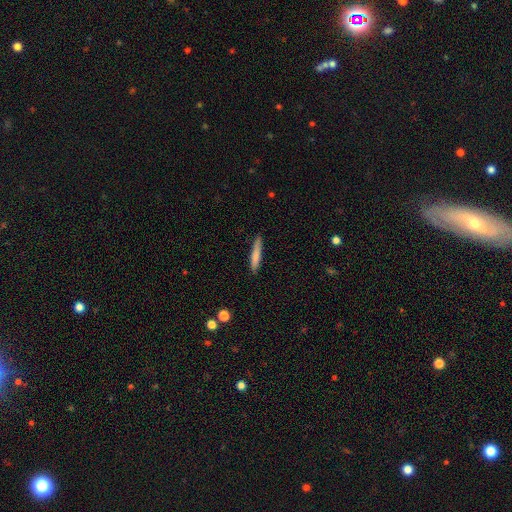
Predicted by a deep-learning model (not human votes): This is likely a smooth galaxy (76%). How rounded: clearly cigar-shaped (92%). Merging: clearly none (86%).